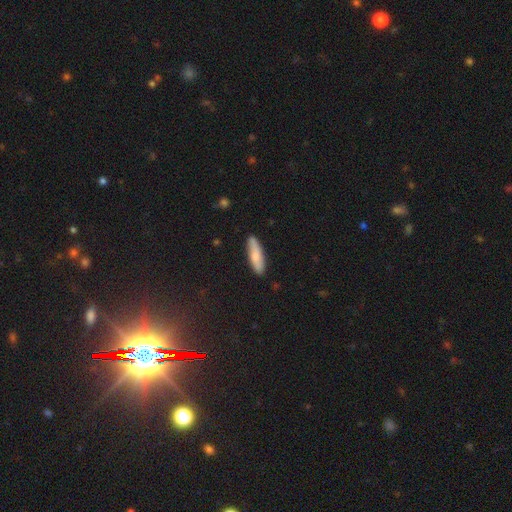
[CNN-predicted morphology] type=smooth (74%); roundness=cigar-shaped (66%); merging=none (85%).